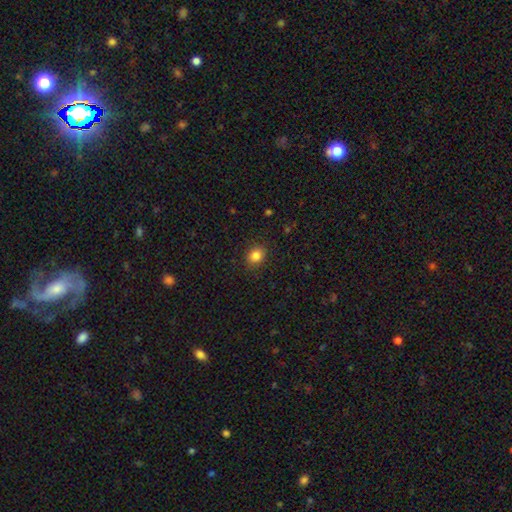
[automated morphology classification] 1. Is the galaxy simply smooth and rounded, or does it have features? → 84% smooth, 11% star or artifact, 5% featured or disk.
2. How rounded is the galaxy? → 62% round, 37% in between, 1% cigar-shaped.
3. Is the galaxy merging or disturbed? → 88% none, 9% minor disturbance, 3% major disturbance, 1% merger.